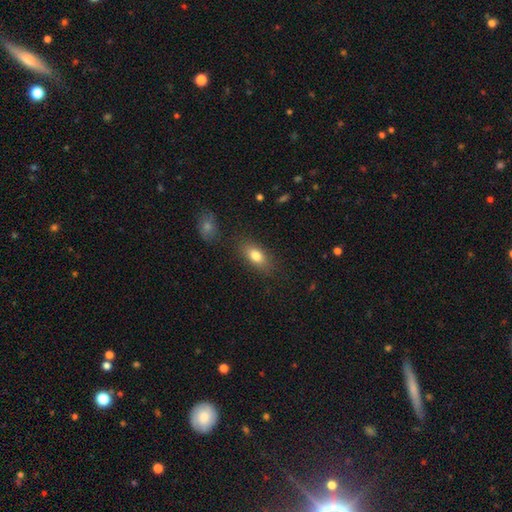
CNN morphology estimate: Smooth or featured?
  - smooth: 80% *
  - featured or disk: 12%
  - star or artifact: 9%
How rounded?
  - in between: 83% *
  - round: 9%
  - cigar-shaped: 8%
Merging?
  - none: 81% *
  - minor disturbance: 13%
  - major disturbance: 4%
  - merger: 3%